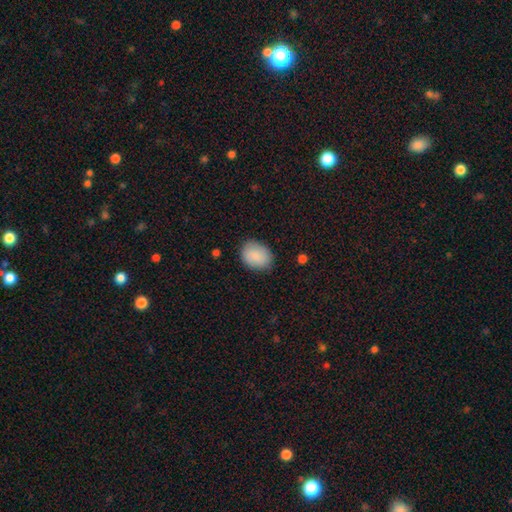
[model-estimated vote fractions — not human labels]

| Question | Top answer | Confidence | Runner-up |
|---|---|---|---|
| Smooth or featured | smooth | 88% | star or artifact (6%) |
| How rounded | in between | 61% | round (38%) |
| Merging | none | 82% | minor disturbance (14%) |